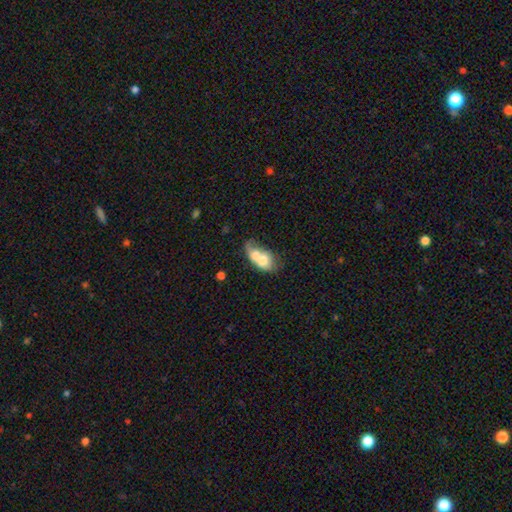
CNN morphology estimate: smooth-or-featured: smooth: 63% | featured or disk: 30% | star or artifact: 7%
  how-rounded: in between: 71% | round: 26% | cigar-shaped: 3%
  merging: merger: 77% | none: 11% | minor disturbance: 6% | major disturbance: 6%